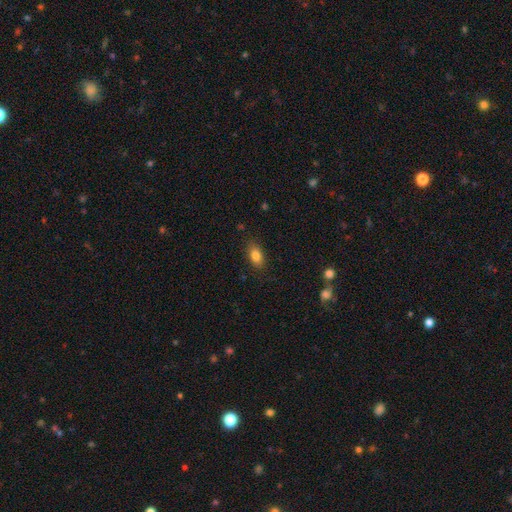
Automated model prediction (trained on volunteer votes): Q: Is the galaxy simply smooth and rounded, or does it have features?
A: smooth — 83%.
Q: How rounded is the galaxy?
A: in between — 88%.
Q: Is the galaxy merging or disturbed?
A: none — 85%.